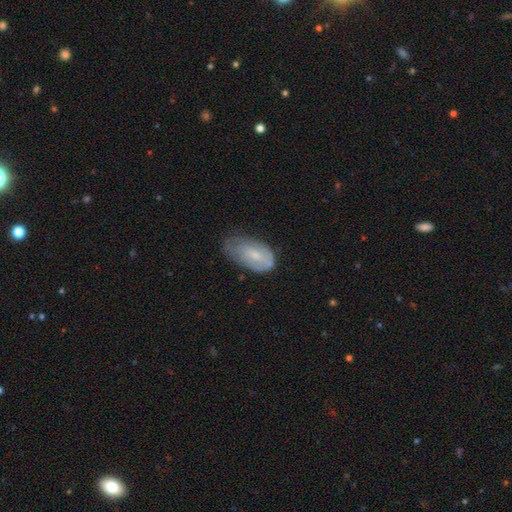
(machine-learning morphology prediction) This appears to be a smooth galaxy with no disk features (58%) that is in between round and cigar-shaped (92%). Merging: minor disturbance (43%).